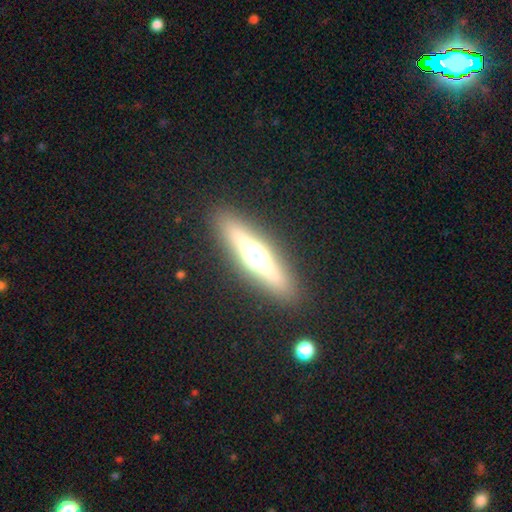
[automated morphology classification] This is likely a featured or disk galaxy (65%). It is clearly viewed edge-on (92%). Edge-on bulge: clearly rounded (94%). Merging: clearly none (88%).